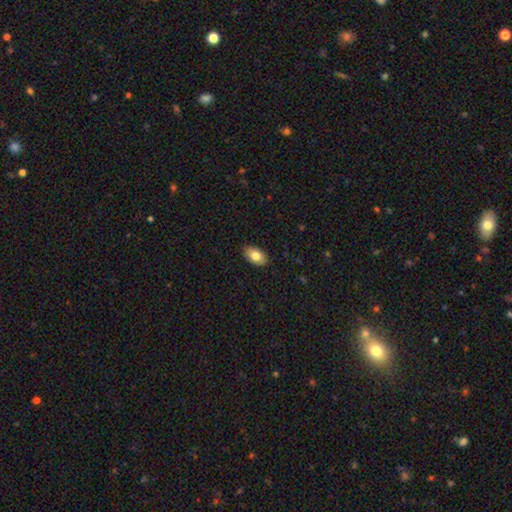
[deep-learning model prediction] Q: Smooth or featured?
A: smooth (81%); runner-up: featured or disk (12%)
Q: How rounded?
A: in between (93%); runner-up: round (6%)
Q: Merging?
A: none (89%); runner-up: minor disturbance (9%)